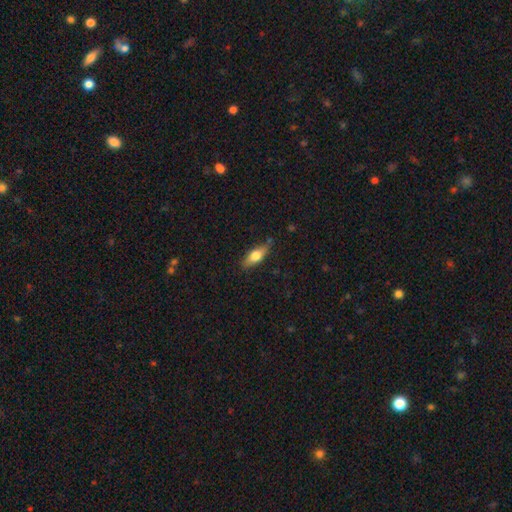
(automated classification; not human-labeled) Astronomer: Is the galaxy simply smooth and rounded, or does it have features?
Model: smooth — 60%.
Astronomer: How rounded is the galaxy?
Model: in between — 59% (runner-up: cigar-shaped, 37%).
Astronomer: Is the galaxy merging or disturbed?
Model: none — 79%.